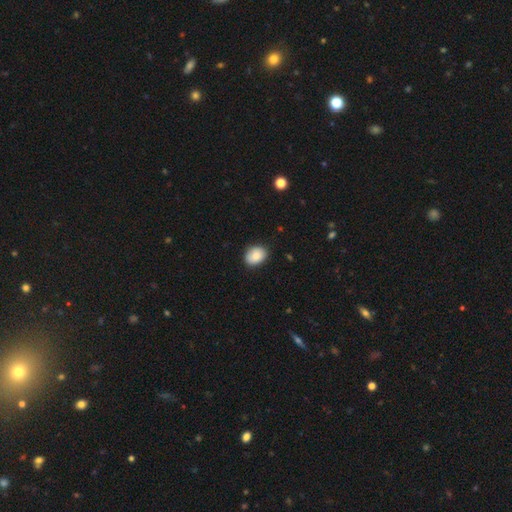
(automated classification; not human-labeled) Overall: smooth (83%). How rounded: in between (62%; round 37%). Merging: none (82%).